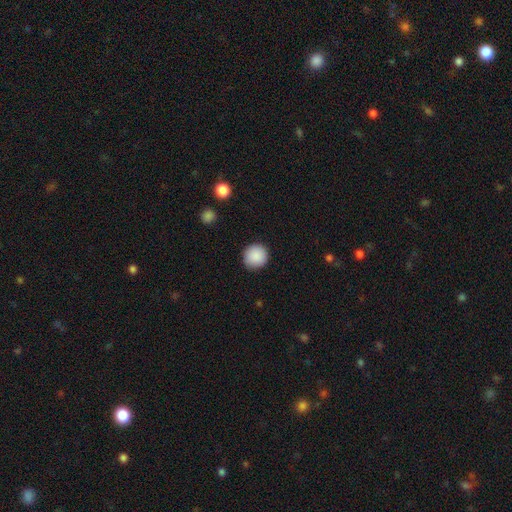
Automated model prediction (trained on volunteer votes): This is clearly a smooth galaxy (89%). How rounded: clearly round (95%). Merging: clearly none (90%).